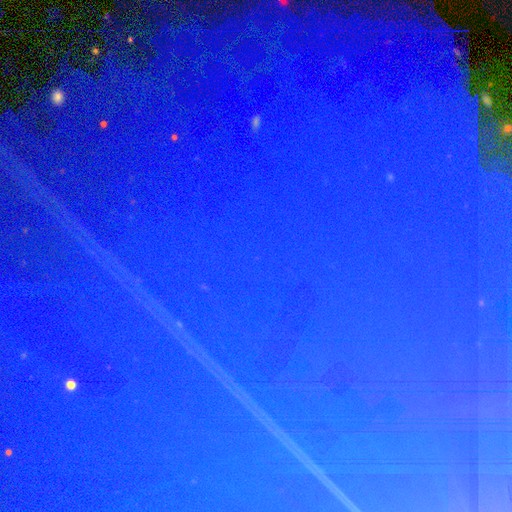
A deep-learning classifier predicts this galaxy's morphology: type=star or artifact (84%).